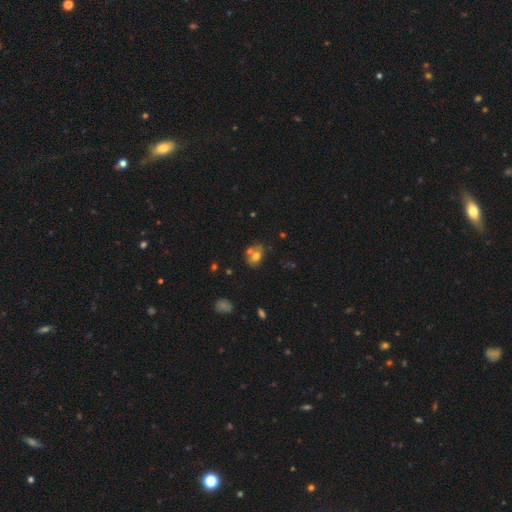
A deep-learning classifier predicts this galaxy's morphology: Overall: smooth (63%; featured or disk 24%). How rounded: in between (62%; round 36%). Merging: merger (40%; none 38%).